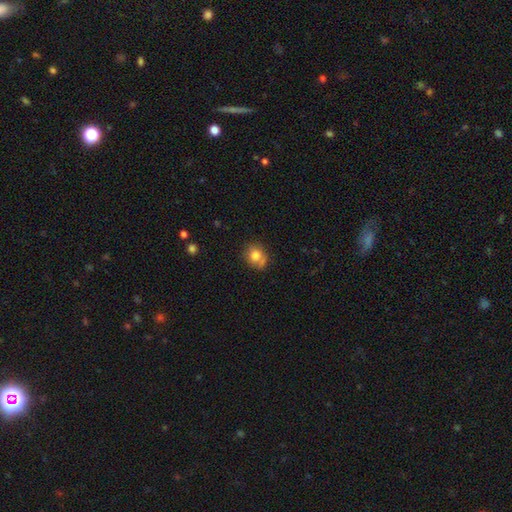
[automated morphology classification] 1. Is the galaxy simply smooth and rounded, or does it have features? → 77% smooth, 13% featured or disk, 10% star or artifact.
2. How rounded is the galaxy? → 65% round, 34% in between, 1% cigar-shaped.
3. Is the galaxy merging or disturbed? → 58% none, 26% minor disturbance, 8% major disturbance, 7% merger.